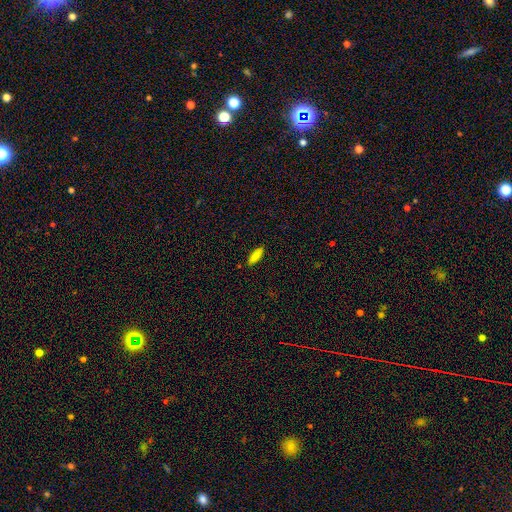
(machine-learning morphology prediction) smooth-or-featured: smooth: 85% | star or artifact: 8% | featured or disk: 7%
  how-rounded: in between: 53% | cigar-shaped: 45% | round: 2%
  merging: none: 88% | minor disturbance: 9% | major disturbance: 2% | merger: 1%